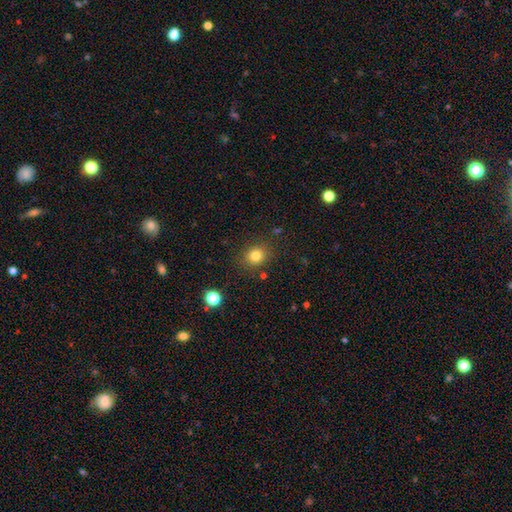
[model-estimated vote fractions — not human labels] The model was most divided on "how rounded": round: 77%, in between: 22%, cigar-shaped: 1%. More confident: merging — none (84%); smooth or featured — smooth (81%).